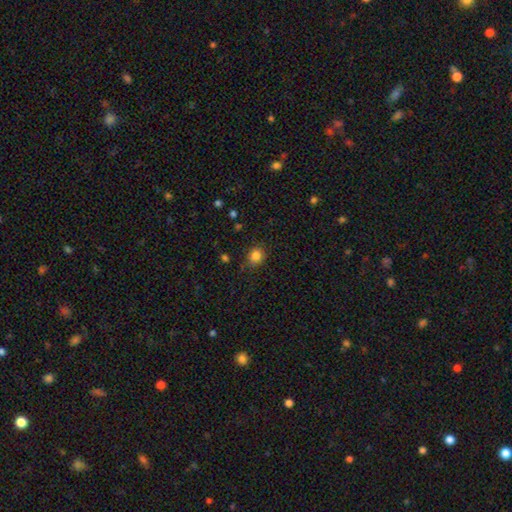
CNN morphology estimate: A smooth galaxy with no disk features (84%) that is round (65%).

Vote fractions:
- Smooth or featured? smooth: 84% / star or artifact: 11% / featured or disk: 5%
- How rounded? round: 65% / in between: 34% / cigar-shaped: 1%
- Merging? none: 83% / minor disturbance: 13% / major disturbance: 3% / merger: 2%